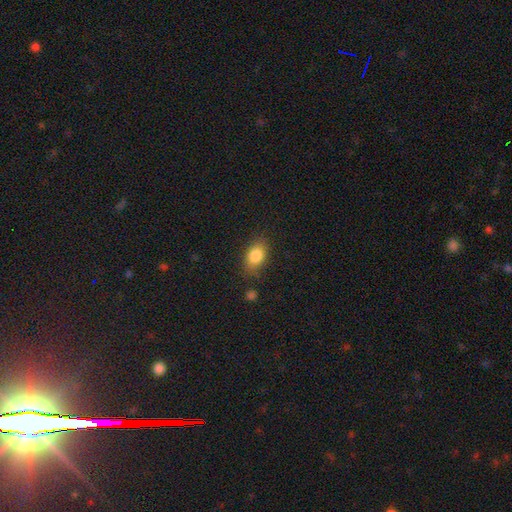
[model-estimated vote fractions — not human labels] A smooth galaxy with no disk features (83%) that is in between round and cigar-shaped (81%).

Vote fractions:
- Smooth or featured? smooth: 83% / star or artifact: 9% / featured or disk: 8%
- How rounded? in between: 81% / round: 16% / cigar-shaped: 3%
- Merging? none: 78% / minor disturbance: 15% / major disturbance: 4% / merger: 2%